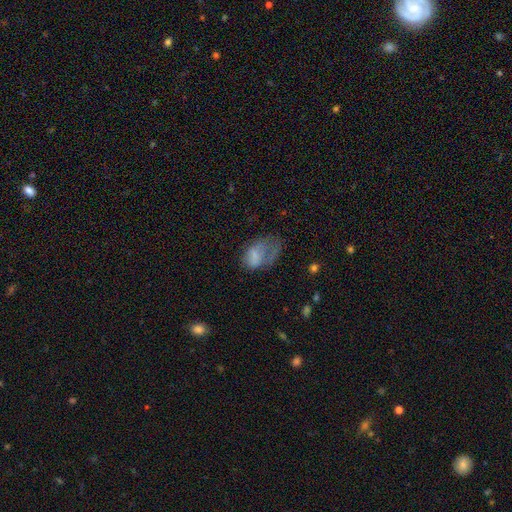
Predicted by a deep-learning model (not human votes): A smooth galaxy with no disk features (64%) that is in between round and cigar-shaped (87%). Merging: major disturbance (50%).